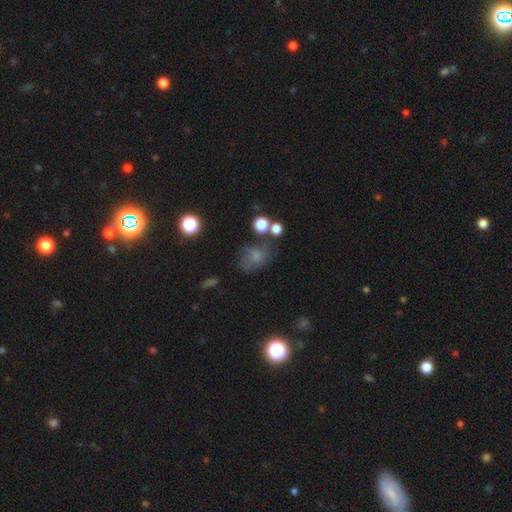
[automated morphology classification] Overall: smooth (64%). How rounded: in between (56%; round 43%). Merging: none (45%; minor disturbance 26%).